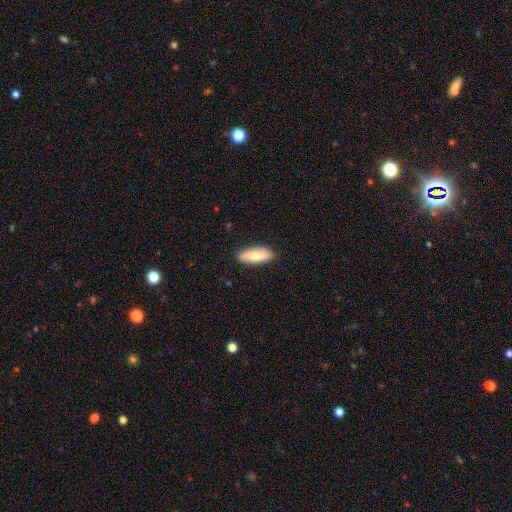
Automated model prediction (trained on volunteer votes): Smooth or featured? Predicted: smooth (p=0.71). How rounded? Predicted: in between (p=0.70). Merging? Predicted: none (p=0.85).